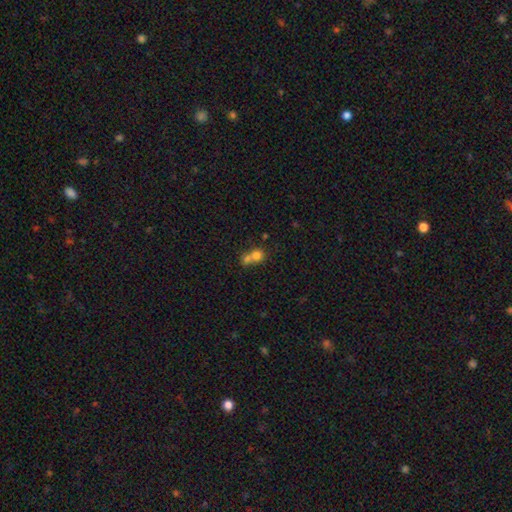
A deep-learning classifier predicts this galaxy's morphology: Smooth or featured: smooth — 74% (featured or disk — 14%)
How rounded: round — 80% (in between — 19%)
Merging: merger — 63% (none — 29%)